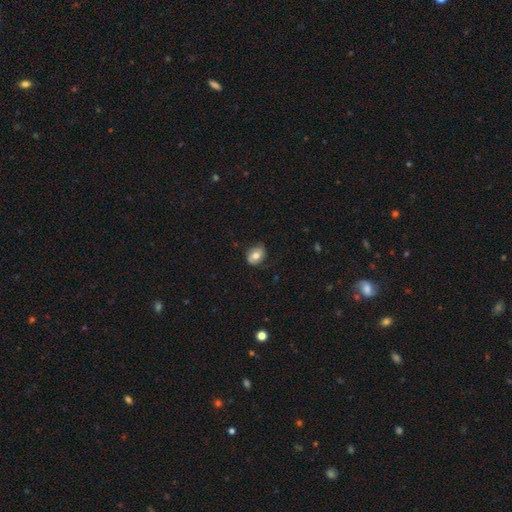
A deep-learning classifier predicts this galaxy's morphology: A smooth galaxy with no disk features (64%) that is in between round and cigar-shaped (52%). Merging: none (71%).